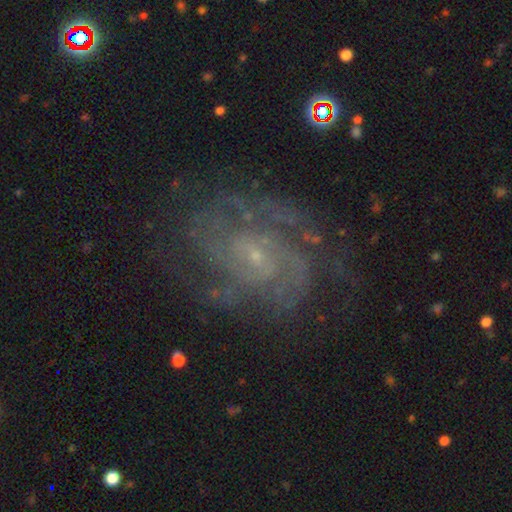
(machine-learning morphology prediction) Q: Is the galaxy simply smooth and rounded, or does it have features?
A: featured or disk — 81%.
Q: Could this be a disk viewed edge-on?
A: no — 97%.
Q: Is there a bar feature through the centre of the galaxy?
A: no — 64%.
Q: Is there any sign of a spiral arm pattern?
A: yes — 95%.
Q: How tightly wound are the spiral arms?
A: tight — 58%.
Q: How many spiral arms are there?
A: can't tell — 34%.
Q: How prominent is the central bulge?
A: small — 80%.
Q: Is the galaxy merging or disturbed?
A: none — 76%.